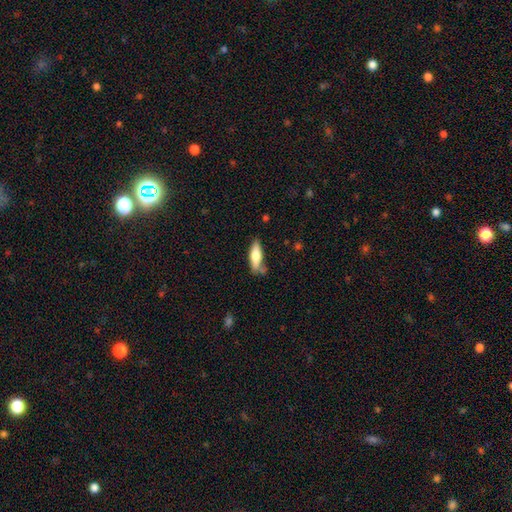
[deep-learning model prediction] Overall: smooth (66%; featured or disk 28%). How rounded: cigar-shaped (56%; in between 42%). Merging: none (68%).